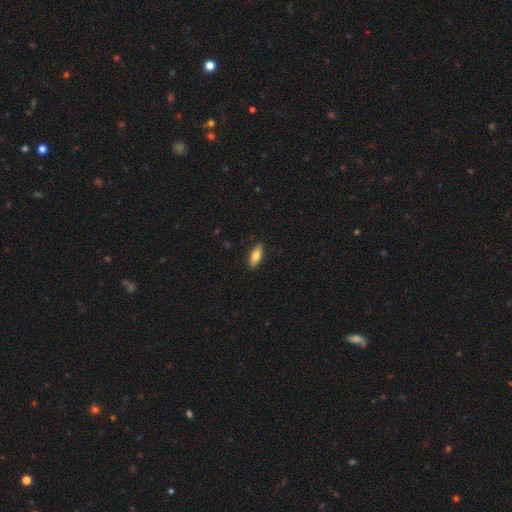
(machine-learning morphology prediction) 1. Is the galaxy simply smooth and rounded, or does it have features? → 73% smooth, 21% featured or disk, 6% star or artifact.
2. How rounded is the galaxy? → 67% in between, 30% cigar-shaped, 2% round.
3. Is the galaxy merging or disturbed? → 89% none, 9% minor disturbance, 2% major disturbance, 1% merger.